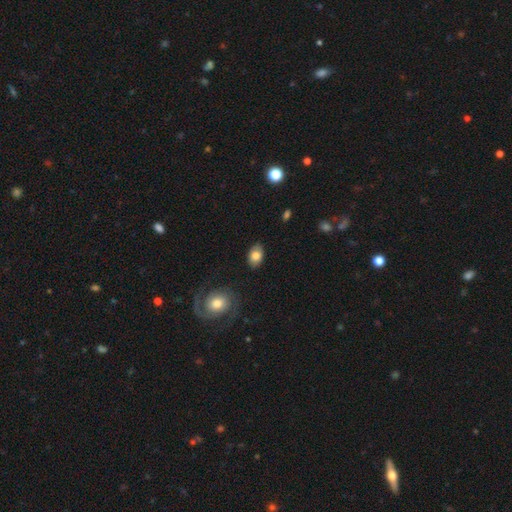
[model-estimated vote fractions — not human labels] This is clearly a smooth galaxy (81%). How rounded: clearly in between (86%). Merging: clearly none (85%).